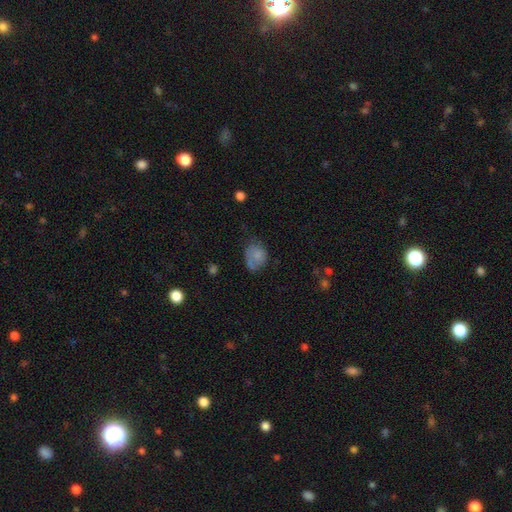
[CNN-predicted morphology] smooth-or-featured: smooth: 71% | featured or disk: 20% | star or artifact: 9%
  how-rounded: in between: 58% | round: 41% | cigar-shaped: 1%
  merging: none: 42% | minor disturbance: 32% | major disturbance: 21% | merger: 5%